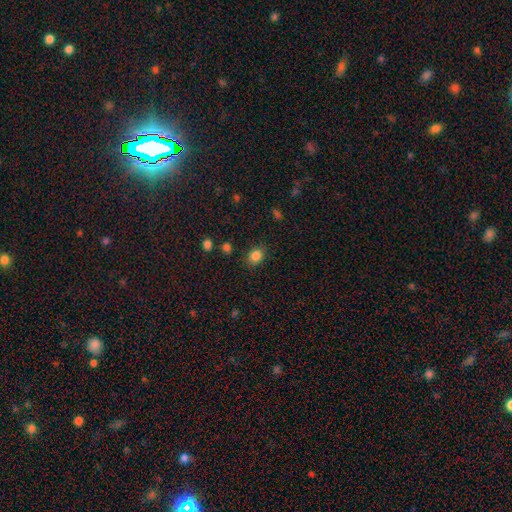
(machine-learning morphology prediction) Overall: smooth (84%). How rounded: round (57%; in between 42%). Merging: none (84%).